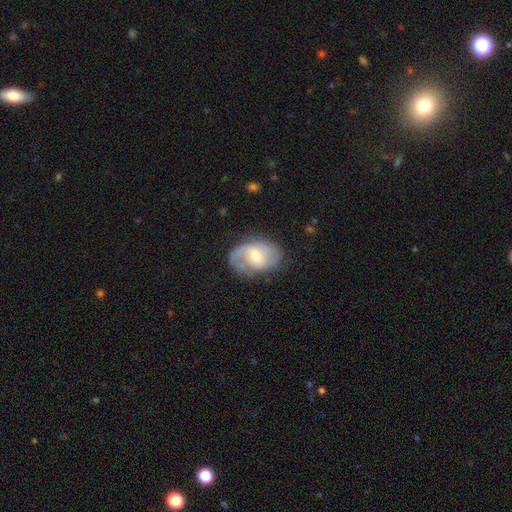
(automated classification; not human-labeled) A featured or disk galaxy (68%) with a weak bar (50%), 2 (70%) medium (47%) spiral arms (88%) and a moderate central bulge (50%).

Vote fractions:
- Smooth or featured? featured or disk: 68% / smooth: 25% / star or artifact: 6%
- Edge-on disk? no: 97% / yes: 3%
- Bar? weak: 50% / no: 38% / strong: 12%
- Spiral arms? yes: 88% / no: 12%
- Spiral winding? medium: 47% / loose: 30% / tight: 24%
- Spiral arm count? 2: 70% / can't tell: 13% / 1: 12% / 3: 3% / 4: 1% / more than 4: 1%
- Bulge size? moderate: 50% / small: 38% / large: 7% / none: 3% / dominant: 1%
- Merging? none: 64% / minor disturbance: 22% / major disturbance: 12% / merger: 2%